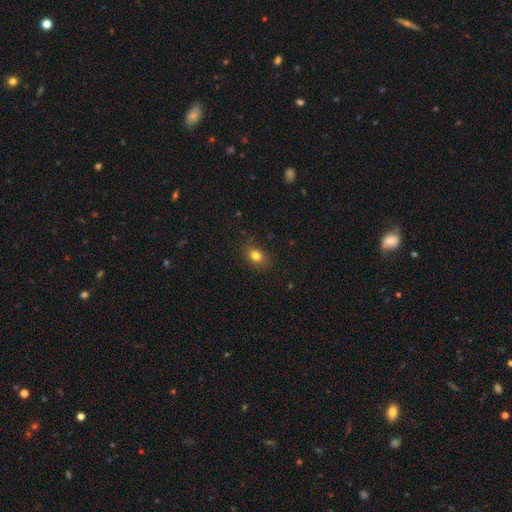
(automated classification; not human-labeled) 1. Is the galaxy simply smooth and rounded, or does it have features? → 80% smooth, 12% star or artifact, 8% featured or disk.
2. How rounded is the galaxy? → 62% in between, 36% round, 1% cigar-shaped.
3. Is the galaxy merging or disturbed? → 82% none, 13% minor disturbance, 3% major disturbance, 1% merger.